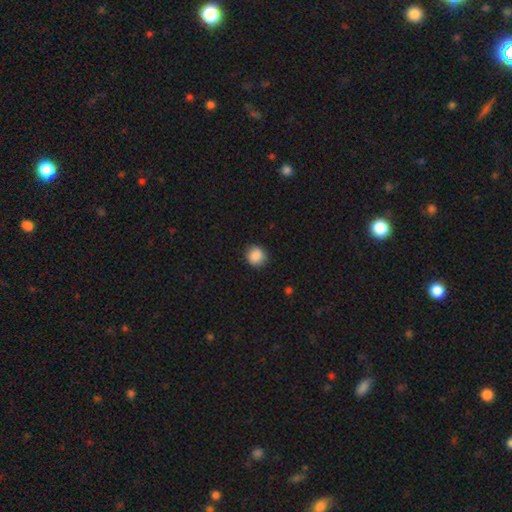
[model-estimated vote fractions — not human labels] Q: Smooth or featured?
A: smooth (88%); runner-up: star or artifact (8%)
Q: How rounded?
A: round (86%); runner-up: in between (13%)
Q: Merging?
A: none (87%); runner-up: minor disturbance (10%)